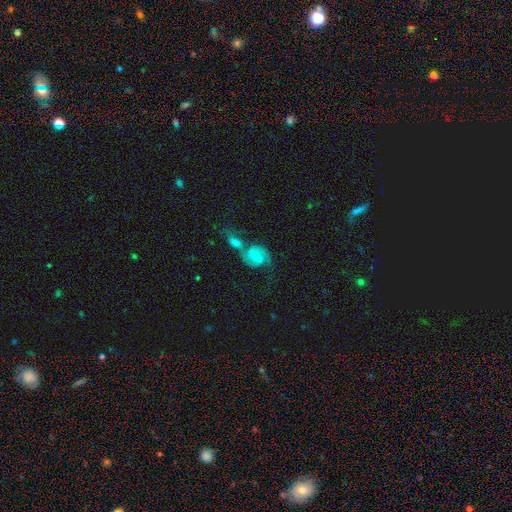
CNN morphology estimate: Smooth or featured? featured or disk (76%)
Edge-on disk? no (97%)
Bar? no (59%)
Spiral arms? yes (94%)
Spiral winding? medium (47%)
Spiral arm count? 2 (86%)
Bulge size? moderate (64%)
Merging? merger (44%)